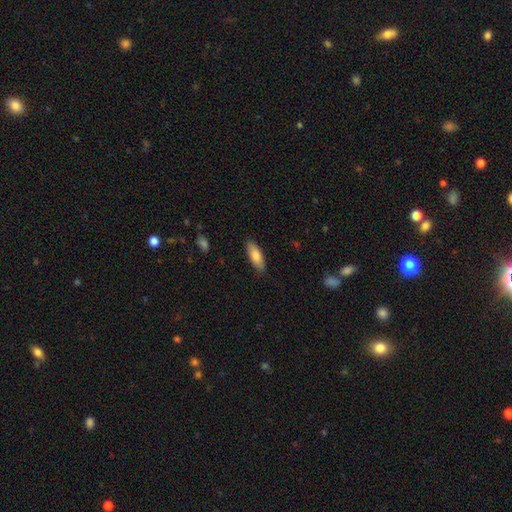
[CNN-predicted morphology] smooth 81%, featured or disk 13%, star or artifact 6%. Down the decision tree: how rounded — in between (67%); merging — none (86%).